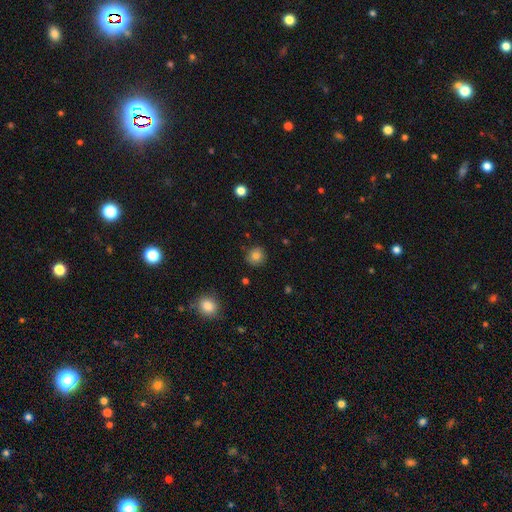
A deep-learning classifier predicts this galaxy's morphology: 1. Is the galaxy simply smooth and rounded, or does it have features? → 83% smooth, 11% star or artifact, 6% featured or disk.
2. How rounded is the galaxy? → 89% round, 10% in between, 1% cigar-shaped.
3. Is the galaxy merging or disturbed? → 86% none, 10% minor disturbance, 2% major disturbance, 1% merger.